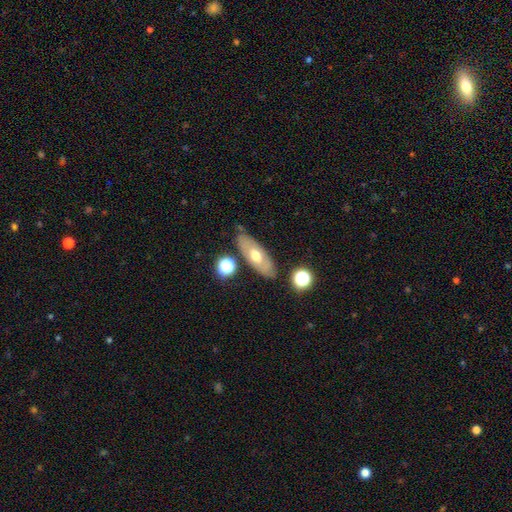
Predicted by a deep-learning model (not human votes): The model was most divided on "smooth or featured": smooth: 50%, featured or disk: 41%, star or artifact: 8%. More confident: merging — none (79%); how rounded — in between (70%).